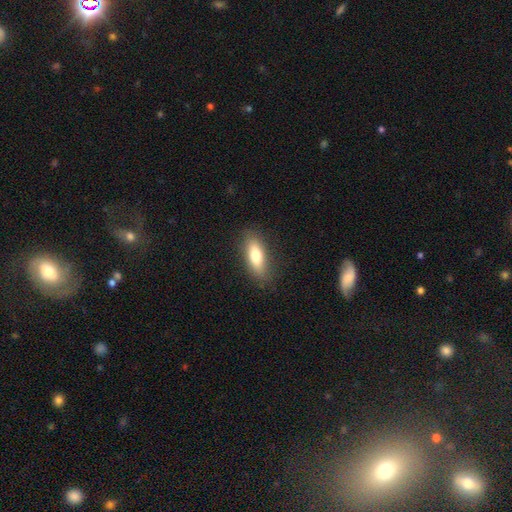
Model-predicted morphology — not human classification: smooth_or_featured: smooth (p=0.74) [alt: featured or disk p=0.19]
how_rounded: in between (p=0.61) [alt: cigar-shaped p=0.36]
merging: none (p=0.85) [alt: minor disturbance p=0.11]